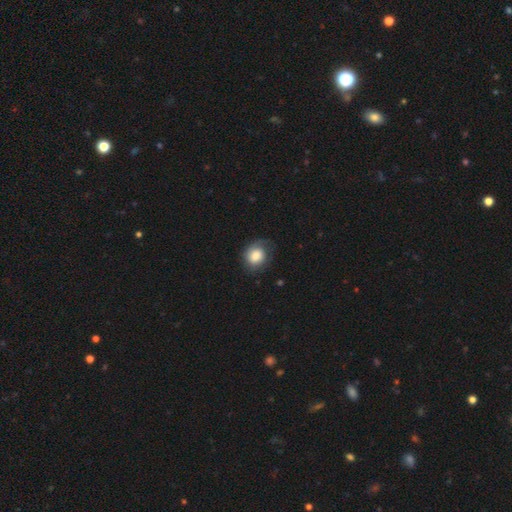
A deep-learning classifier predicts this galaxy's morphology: smooth_or_featured: smooth (p=0.68) [alt: featured or disk p=0.25]
how_rounded: round (p=0.64) [alt: in between p=0.35]
merging: none (p=0.57) [alt: minor disturbance p=0.26]